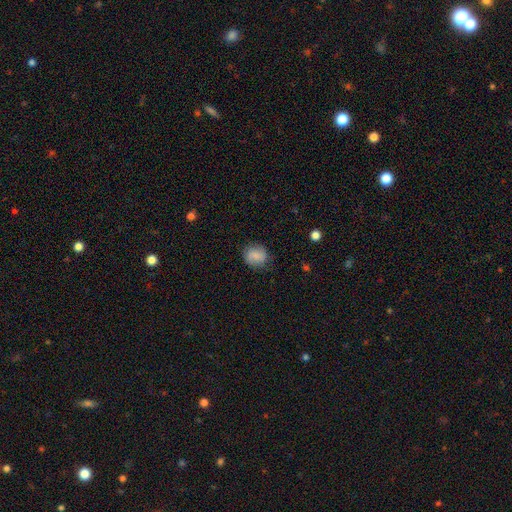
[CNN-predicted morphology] Smooth or featured?
  - smooth: 78% *
  - featured or disk: 14%
  - star or artifact: 8%
How rounded?
  - round: 77% *
  - in between: 22%
  - cigar-shaped: 1%
Merging?
  - none: 80% *
  - minor disturbance: 15%
  - major disturbance: 4%
  - merger: 1%